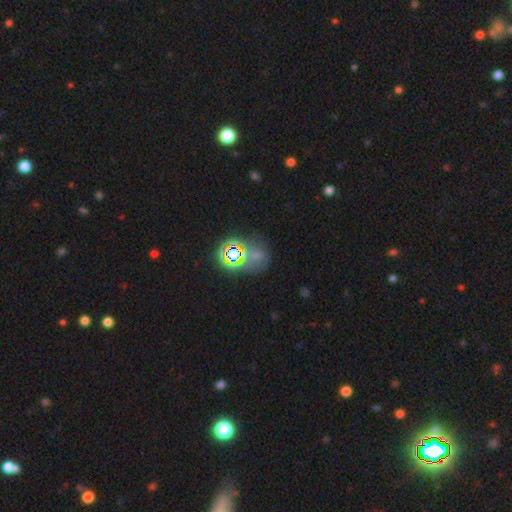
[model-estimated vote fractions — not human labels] smooth-or-featured: star or artifact: 50% | smooth: 32% | featured or disk: 18%